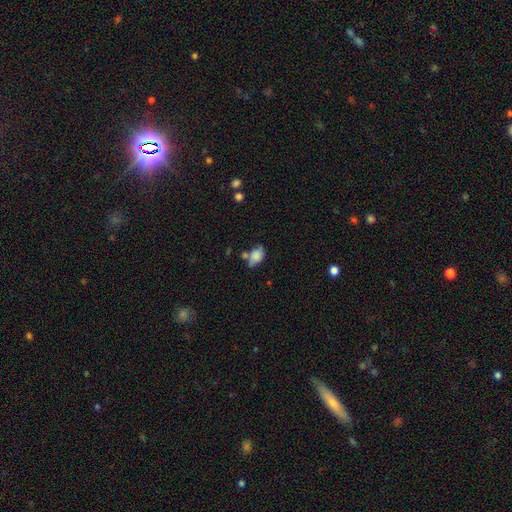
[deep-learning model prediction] Smooth or featured? smooth (73%)
How rounded? in between (83%)
Merging? none (42%)